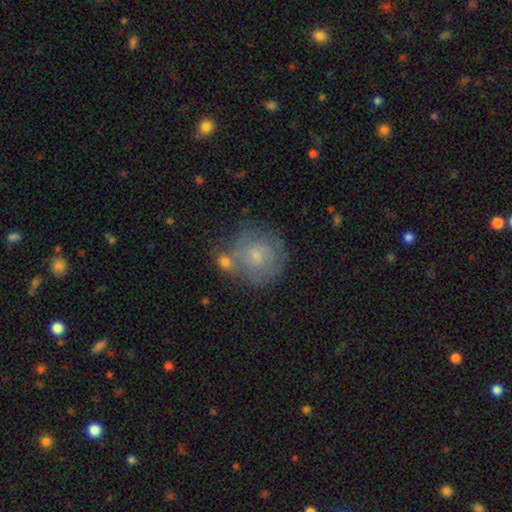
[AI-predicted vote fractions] The model was most divided on "smooth or featured": smooth: 51%, featured or disk: 41%, star or artifact: 8%. More confident: how rounded — round (89%); merging — none (54%).